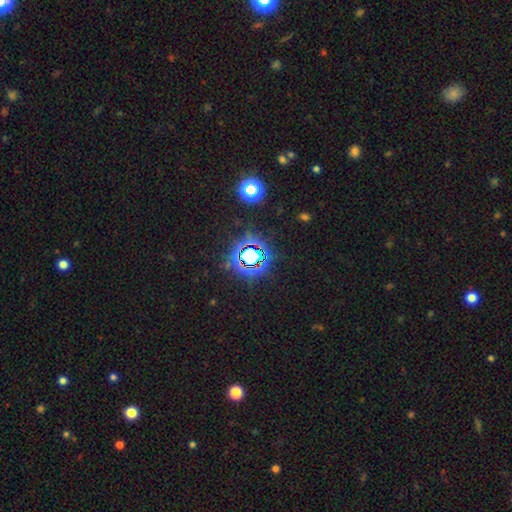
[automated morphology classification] smooth_or_featured: star or artifact (p=0.74) [alt: smooth p=0.16]